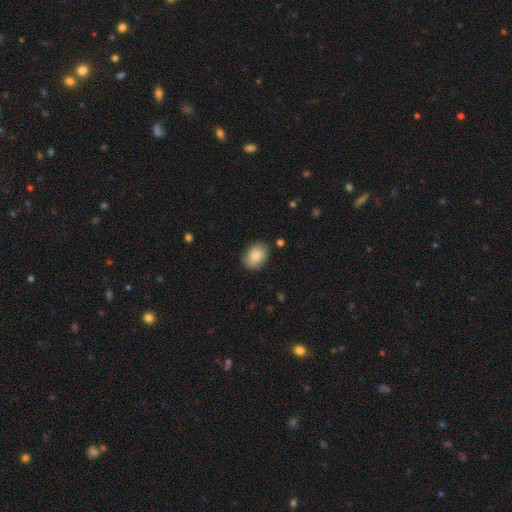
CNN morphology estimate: A smooth galaxy with no disk features (85%) that is in between round and cigar-shaped (72%).

Vote fractions:
- Smooth or featured? smooth: 85% / featured or disk: 9% / star or artifact: 7%
- How rounded? in between: 72% / round: 27% / cigar-shaped: 1%
- Merging? none: 80% / minor disturbance: 15% / major disturbance: 3% / merger: 2%